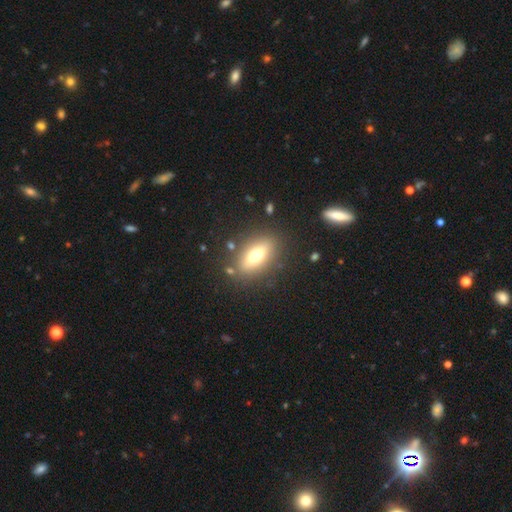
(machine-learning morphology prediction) Smooth or featured? smooth (62%)
How rounded? in between (77%)
Merging? none (83%)